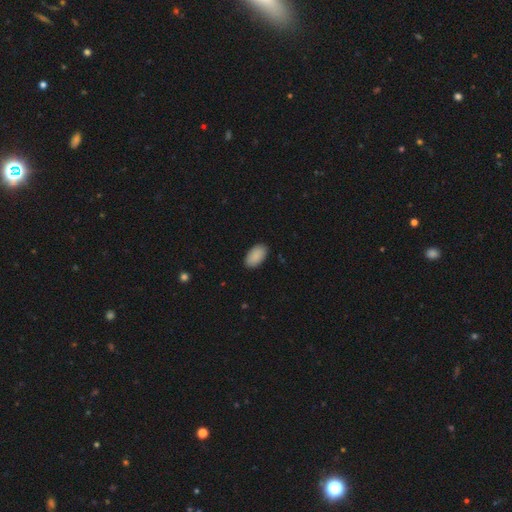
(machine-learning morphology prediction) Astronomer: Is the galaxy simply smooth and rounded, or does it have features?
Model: smooth — 90%.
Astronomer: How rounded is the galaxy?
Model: in between — 95%.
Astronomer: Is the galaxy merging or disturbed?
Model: none — 88%.